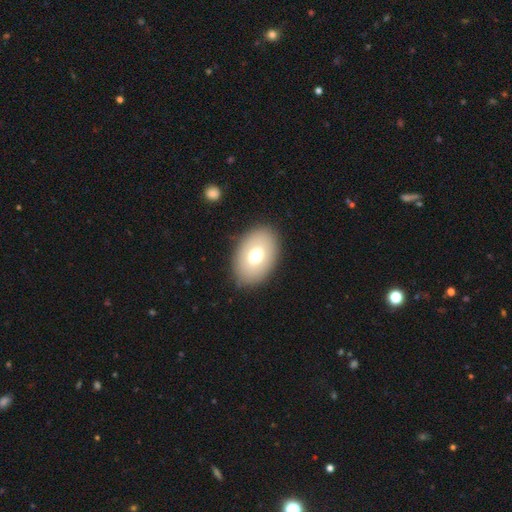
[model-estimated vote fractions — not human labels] smooth_or_featured: smooth (p=0.69) [alt: featured or disk p=0.22]
how_rounded: in between (p=0.85) [alt: round p=0.14]
merging: none (p=0.85) [alt: minor disturbance p=0.10]